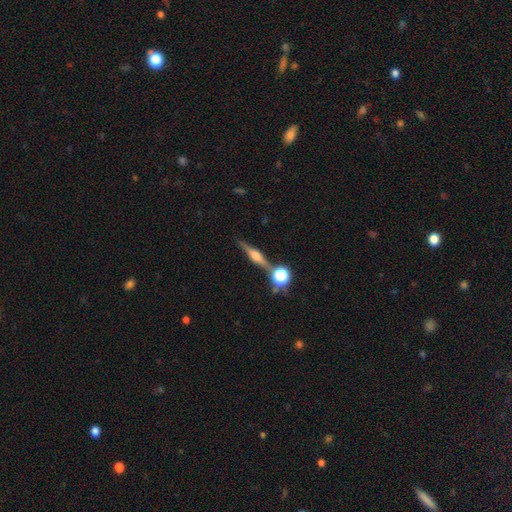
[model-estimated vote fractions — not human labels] Overall: featured or disk (77%). Edge-on disk: yes (97%). Edge-on bulge: rounded (86%). Merging: none (80%).